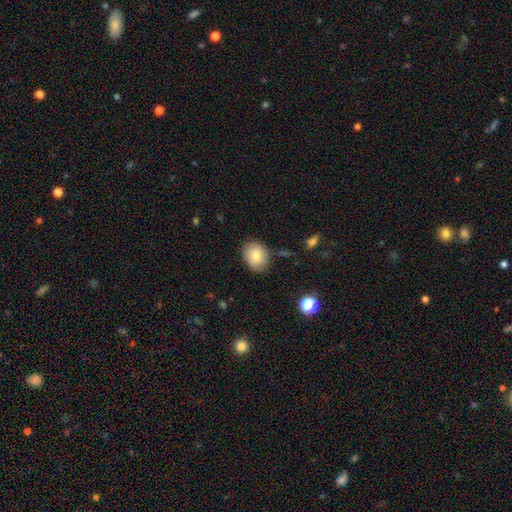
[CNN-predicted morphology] Q: Smooth or featured?
A: smooth (79%); runner-up: featured or disk (13%)
Q: How rounded?
A: in between (54%); runner-up: round (45%)
Q: Merging?
A: none (81%); runner-up: minor disturbance (14%)